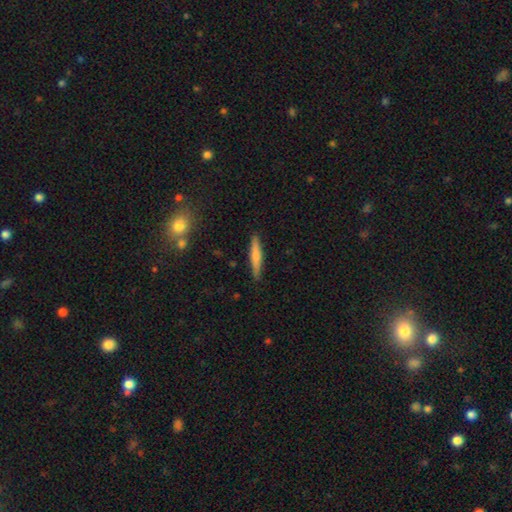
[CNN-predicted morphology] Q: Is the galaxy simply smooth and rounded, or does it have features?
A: smooth — 64%.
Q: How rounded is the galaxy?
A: cigar-shaped — 91%.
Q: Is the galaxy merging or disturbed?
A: none — 89%.